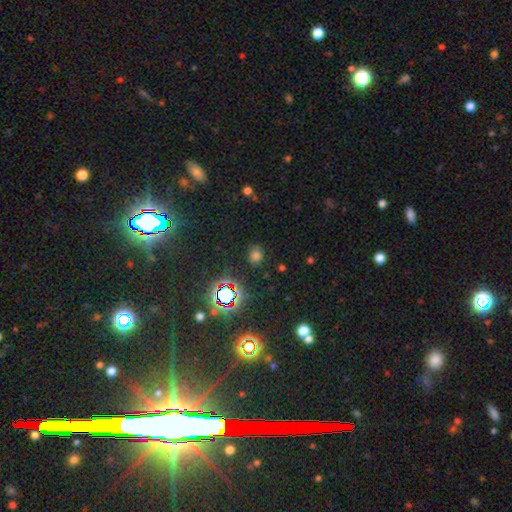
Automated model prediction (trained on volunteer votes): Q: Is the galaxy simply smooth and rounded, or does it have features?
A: smooth — 62%.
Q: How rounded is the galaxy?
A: round — 67%.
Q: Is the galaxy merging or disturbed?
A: none — 84%.